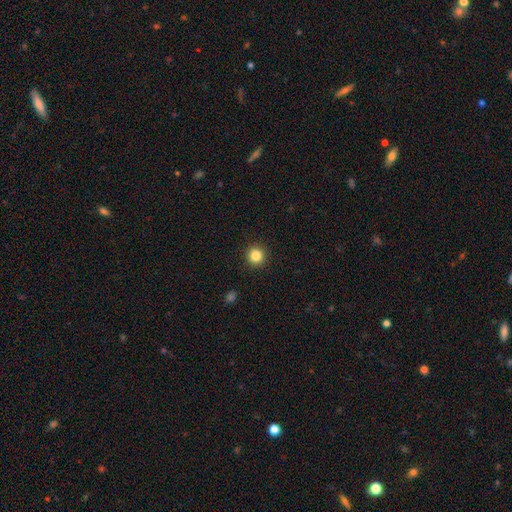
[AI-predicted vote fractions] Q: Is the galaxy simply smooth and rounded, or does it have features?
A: smooth — 84%.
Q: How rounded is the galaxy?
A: round — 94%.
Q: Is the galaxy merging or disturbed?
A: none — 92%.